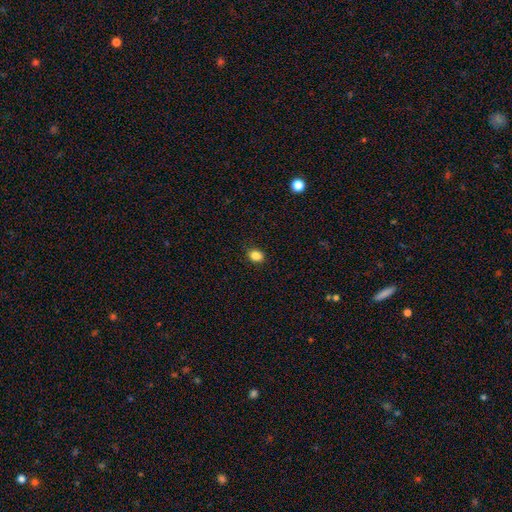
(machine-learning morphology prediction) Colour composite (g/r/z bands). It shows a smooth galaxy with no disk features (85%) that is in between round and cigar-shaped (55%). Merging: none (89%).